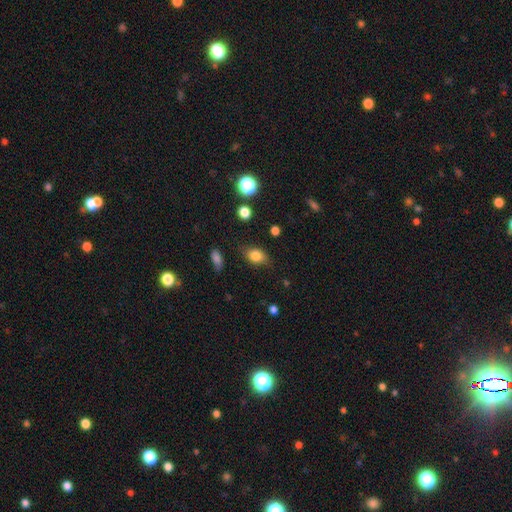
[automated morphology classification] Smooth or featured? Predicted: smooth (p=0.80). How rounded? Predicted: in between (p=0.71). Merging? Predicted: none (p=0.75).